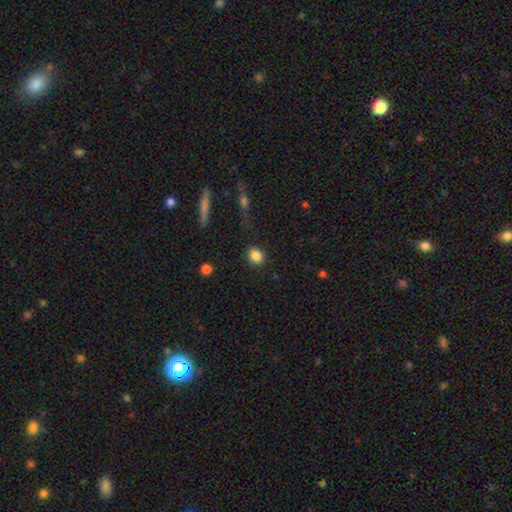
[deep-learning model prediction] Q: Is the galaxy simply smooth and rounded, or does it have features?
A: smooth — 86%.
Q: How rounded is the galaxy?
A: round — 64%.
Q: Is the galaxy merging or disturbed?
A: none — 87%.